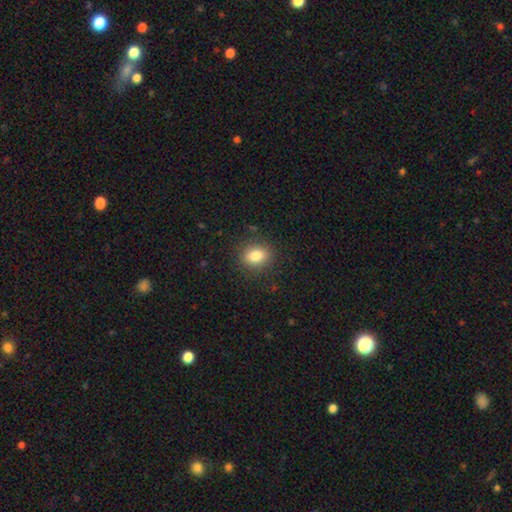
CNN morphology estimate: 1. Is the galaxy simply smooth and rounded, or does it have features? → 83% smooth, 10% star or artifact, 7% featured or disk.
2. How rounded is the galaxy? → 53% in between, 46% round, 1% cigar-shaped.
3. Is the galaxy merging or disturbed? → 87% none, 9% minor disturbance, 3% major disturbance, 1% merger.